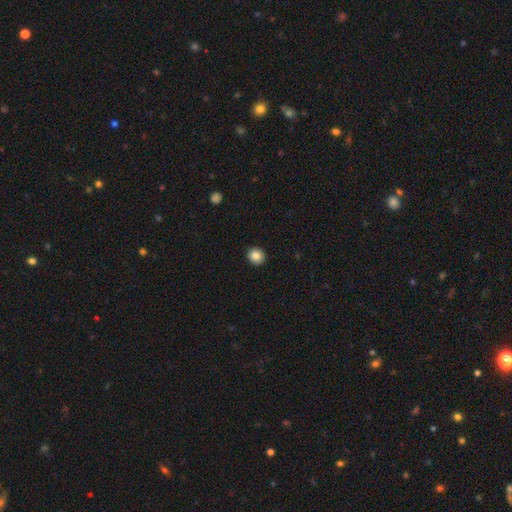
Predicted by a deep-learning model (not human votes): This appears to be a smooth galaxy with no disk features (85%) that is round (89%). Merging: none (93%).